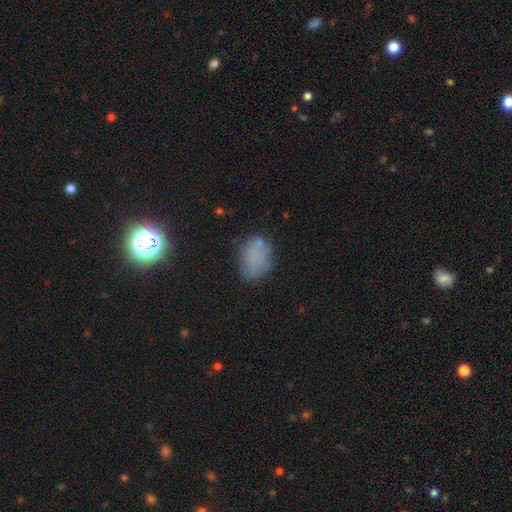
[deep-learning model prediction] smooth_or_featured: smooth (p=0.66) [alt: star or artifact p=0.18]
how_rounded: in between (p=0.74) [alt: round p=0.25]
merging: none (p=0.60) [alt: minor disturbance p=0.24]